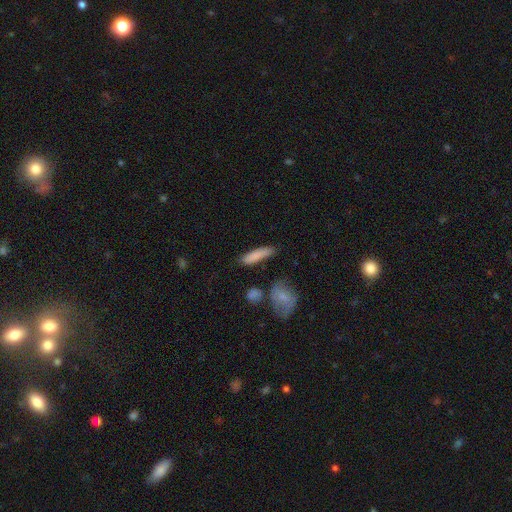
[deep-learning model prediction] This appears to be a smooth galaxy with no disk features (81%) that is cigar-shaped (75%). Merging: none (75%).